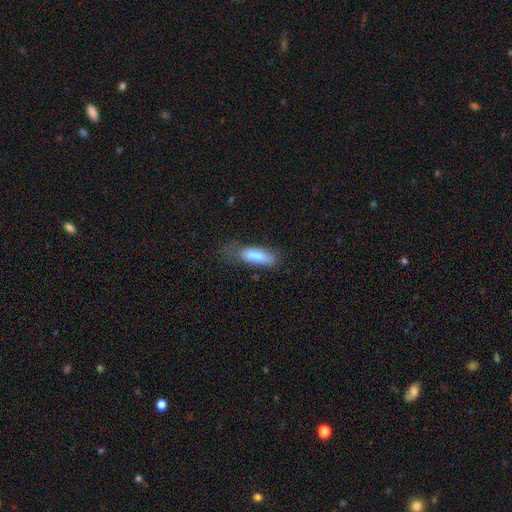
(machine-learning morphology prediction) smooth 68%, featured or disk 24%, star or artifact 8%. Down the decision tree: how rounded — in between (56%); merging — none (37%).